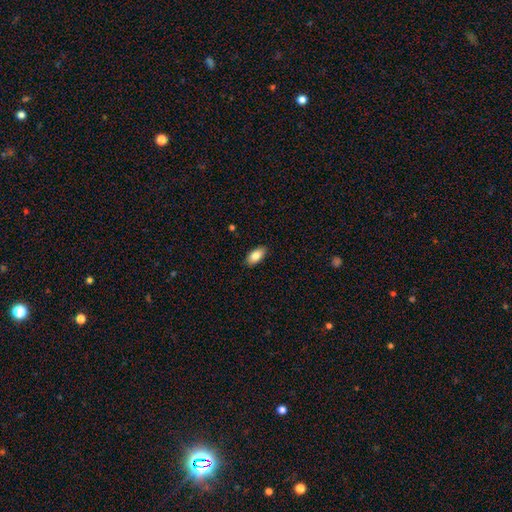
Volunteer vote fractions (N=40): Smooth or featured: smooth — 92% (featured or disk — 5%)
How rounded: in between — 97% (cigar-shaped — 3%)
Merging: none — 95% (minor disturbance — 5%)